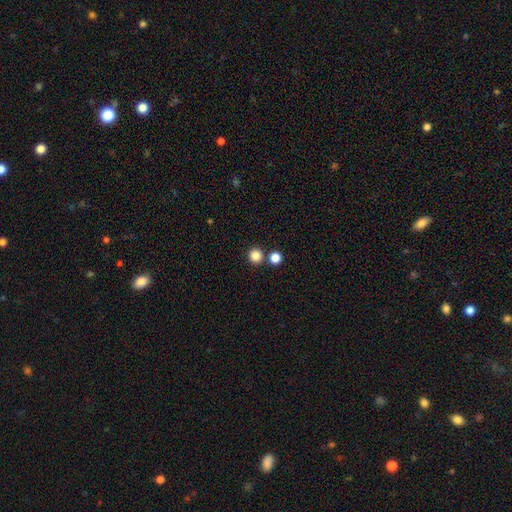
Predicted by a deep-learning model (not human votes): Smooth or featured: smooth — 84% (star or artifact — 12%)
How rounded: round — 94% (in between — 5%)
Merging: none — 79% (merger — 13%)